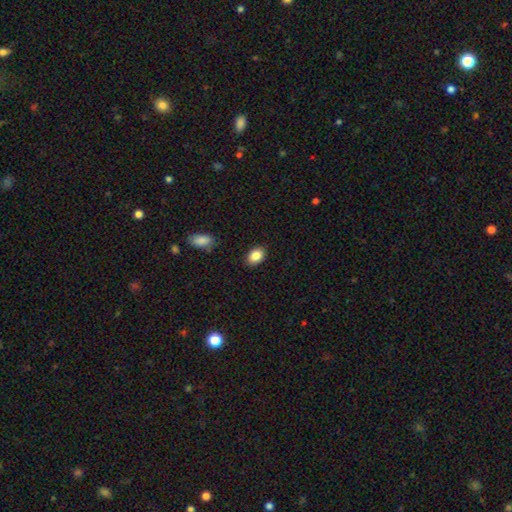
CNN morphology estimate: smooth 86%, star or artifact 8%, featured or disk 6%. Down the decision tree: how rounded — in between (80%); merging — none (88%).